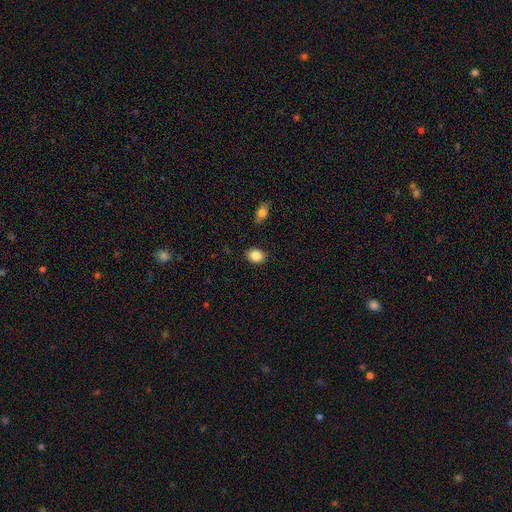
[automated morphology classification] Q: Smooth or featured?
A: smooth (86%); runner-up: star or artifact (9%)
Q: How rounded?
A: in between (51%); runner-up: round (48%)
Q: Merging?
A: none (88%); runner-up: minor disturbance (8%)